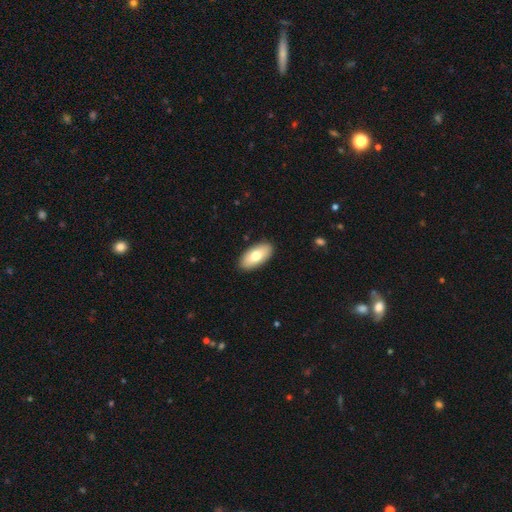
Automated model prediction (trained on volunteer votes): smooth_or_featured: smooth (p=0.74) [alt: featured or disk p=0.20]
how_rounded: in between (p=0.93) [alt: cigar-shaped p=0.05]
merging: none (p=0.90) [alt: minor disturbance p=0.08]